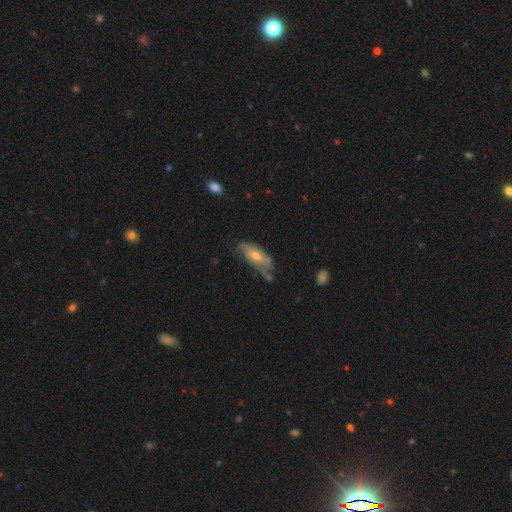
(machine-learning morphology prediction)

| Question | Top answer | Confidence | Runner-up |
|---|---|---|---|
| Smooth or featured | featured or disk | 52% | smooth (40%) |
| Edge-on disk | no | 79% | yes (21%) |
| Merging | none | 45% | minor disturbance (33%) |